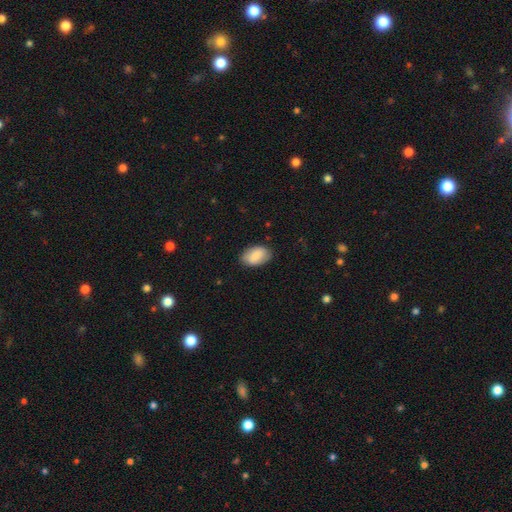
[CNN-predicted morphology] Smooth or featured? smooth (83%)
How rounded? in between (91%)
Merging? none (83%)